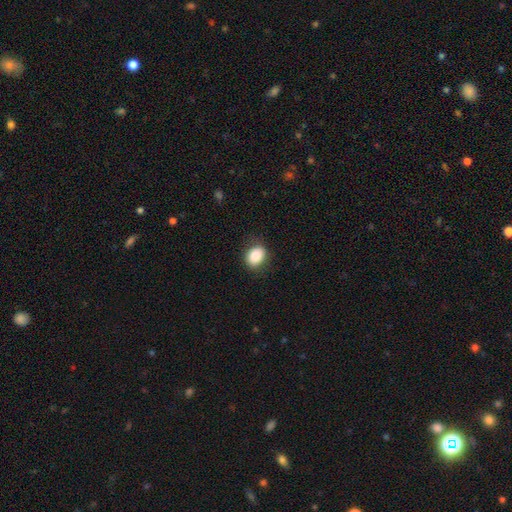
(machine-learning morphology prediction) Smooth or featured? Predicted: smooth (p=0.84). How rounded? Predicted: in between (p=0.56). Merging? Predicted: none (p=0.84).